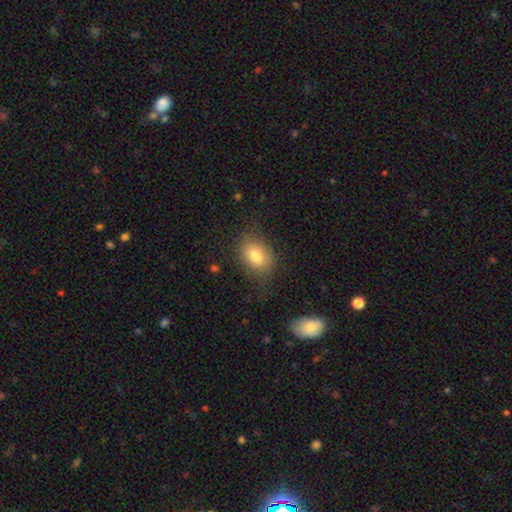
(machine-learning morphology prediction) This appears to be a smooth galaxy with no disk features (80%) that is in between round and cigar-shaped (71%). Merging: none (75%).